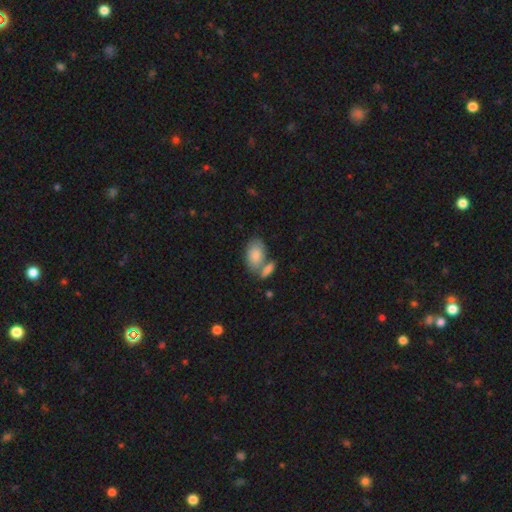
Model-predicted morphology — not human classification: smooth 83%, featured or disk 11%, star or artifact 6%. Down the decision tree: how rounded — in between (91%); merging — none (45%).